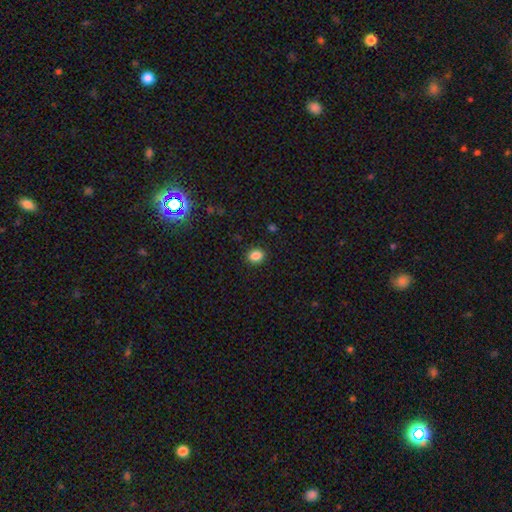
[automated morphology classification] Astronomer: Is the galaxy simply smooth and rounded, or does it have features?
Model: smooth — 85%.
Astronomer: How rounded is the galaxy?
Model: round — 64%.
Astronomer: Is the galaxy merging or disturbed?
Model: none — 90%.